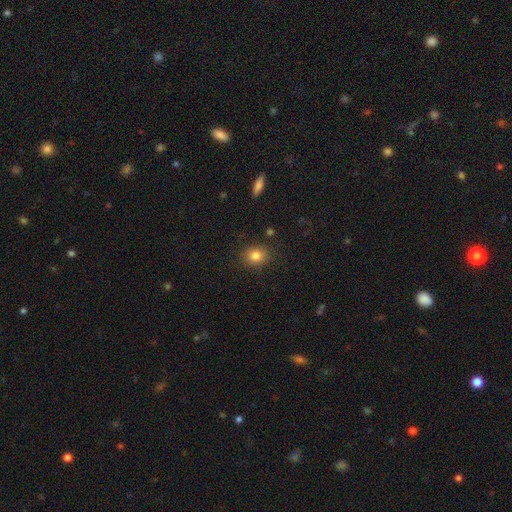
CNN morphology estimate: Smooth or featured? Predicted: smooth (p=0.82). How rounded? Predicted: round (p=0.63). Merging? Predicted: none (p=0.86).